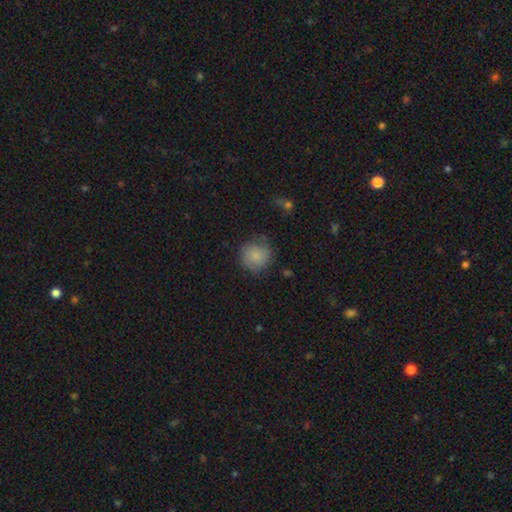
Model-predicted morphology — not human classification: Overall: smooth (80%). How rounded: round (91%). Merging: none (75%).